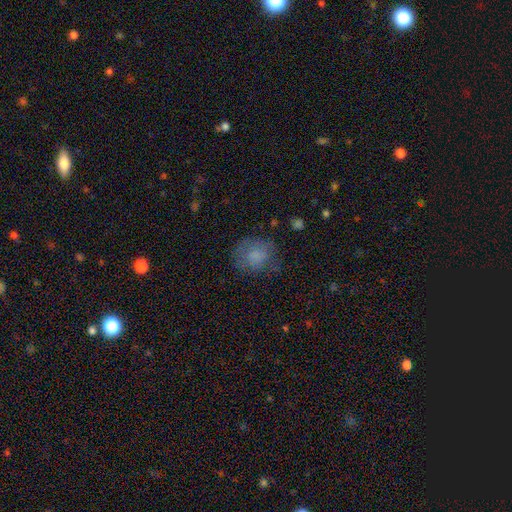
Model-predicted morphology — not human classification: Smooth or featured? Predicted: smooth (p=0.74). How rounded? Predicted: round (p=0.65). Merging? Predicted: none (p=0.63).